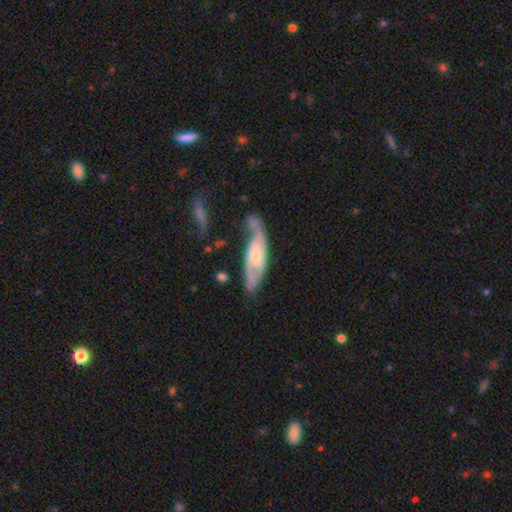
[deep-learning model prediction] This is likely a featured or disk galaxy (76%). It is clearly not viewed edge-on (85%). Bar: likely no (67%). Spiral arm pattern: clearly yes (88%). Spiral arm count: likely 2 (68%). Spiral winding: marginally medium (43%). Central bulge: possibly small (60%). Merging: possibly none (49%).